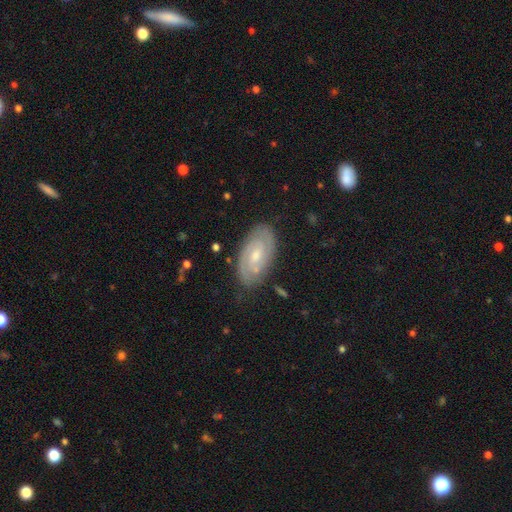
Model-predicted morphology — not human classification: This is likely a featured or disk galaxy (78%). It is clearly not viewed edge-on (95%). Bar: possibly no (47%). Spiral arm pattern: clearly yes (94%). Spiral arm count: likely 2 (71%). Spiral winding: likely tight (63%). Central bulge: possibly small (52%). Merging: clearly none (81%).